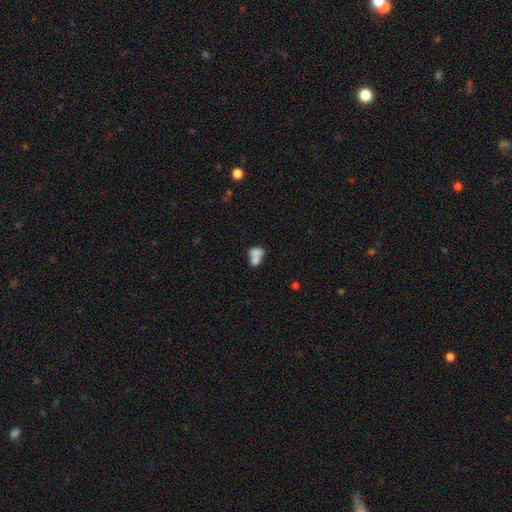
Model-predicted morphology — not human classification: smooth_or_featured: smooth (p=0.70) [alt: featured or disk p=0.21]
how_rounded: in between (p=0.70) [alt: round p=0.28]
merging: merger (p=0.70) [alt: none p=0.18]